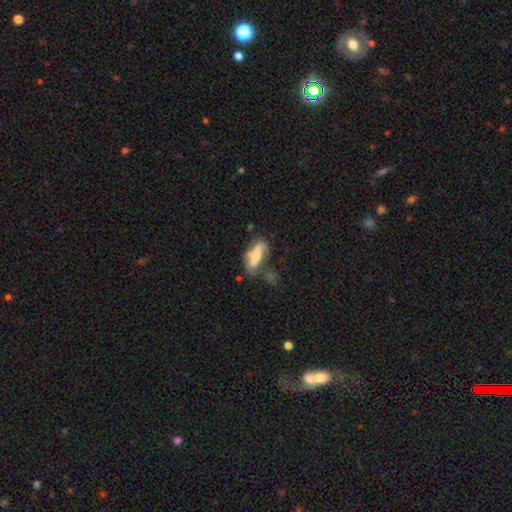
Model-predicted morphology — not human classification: Smooth or featured: featured or disk — 47% (smooth — 45%)
Merging: none — 37% (minor disturbance — 26%)